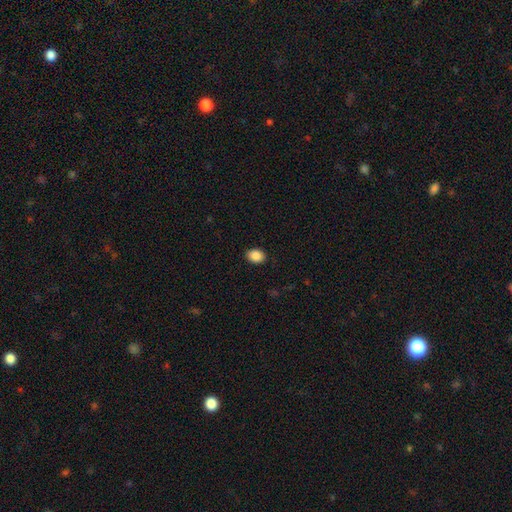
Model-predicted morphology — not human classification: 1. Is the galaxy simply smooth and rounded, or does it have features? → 89% smooth, 8% star or artifact, 3% featured or disk.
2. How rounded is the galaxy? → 62% in between, 37% round, 1% cigar-shaped.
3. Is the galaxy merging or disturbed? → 89% none, 8% minor disturbance, 2% major disturbance, 1% merger.